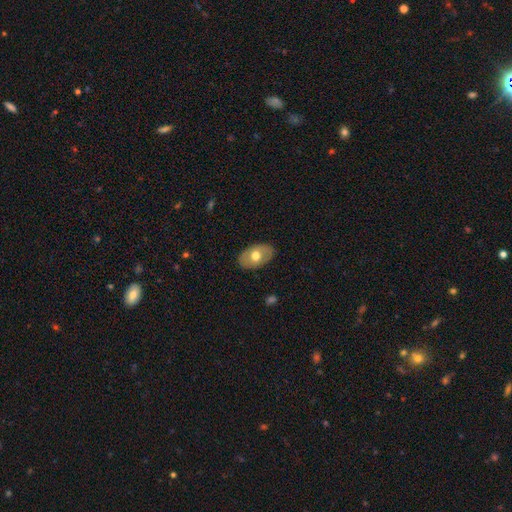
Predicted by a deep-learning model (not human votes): Smooth or featured? Predicted: smooth (p=0.62). How rounded? Predicted: in between (p=0.89). Merging? Predicted: none (p=0.86).